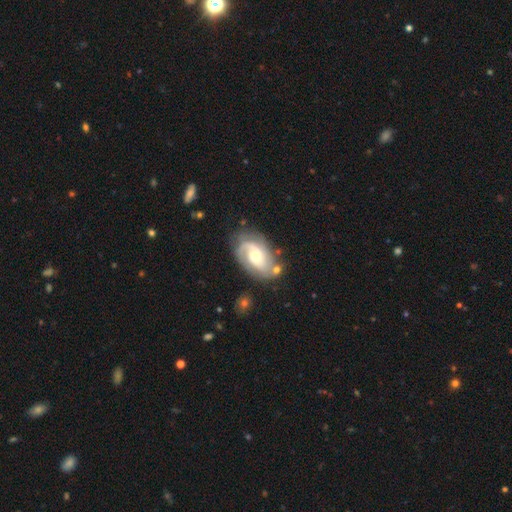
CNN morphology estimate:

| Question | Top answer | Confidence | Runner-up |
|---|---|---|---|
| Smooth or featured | featured or disk | 81% | smooth (14%) |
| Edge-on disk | no | 96% | yes (4%) |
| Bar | no | 60% | weak (33%) |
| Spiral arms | yes | 94% | no (6%) |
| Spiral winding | medium | 42% | tight (39%) |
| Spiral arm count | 2 | 59% | 1 (16%) |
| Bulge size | moderate | 64% | small (23%) |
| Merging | none | 65% | minor disturbance (20%) |